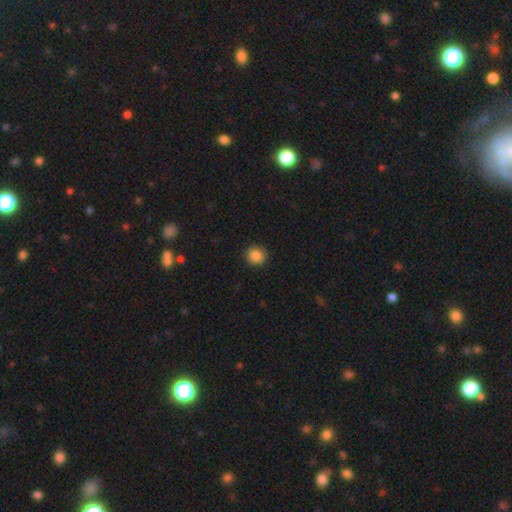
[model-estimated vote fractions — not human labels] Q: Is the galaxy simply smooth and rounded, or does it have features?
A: smooth — 87%.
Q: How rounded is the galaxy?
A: round — 93%.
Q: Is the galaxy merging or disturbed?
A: none — 92%.